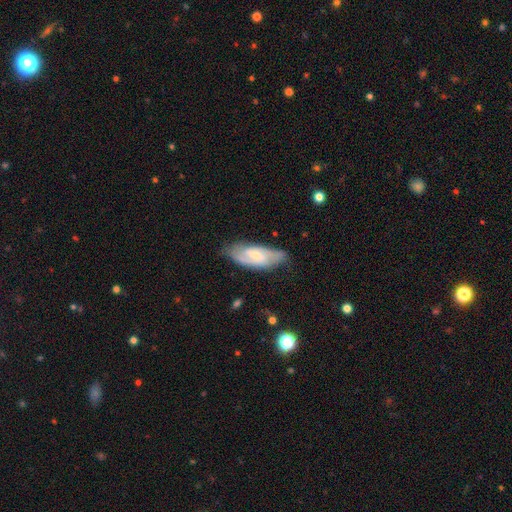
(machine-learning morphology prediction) A featured or disk galaxy (62%) with a weak bar (46%), spiral arms (86%) and a small central bulge (58%).

Vote fractions:
- Smooth or featured? featured or disk: 62% / smooth: 32% / star or artifact: 6%
- Edge-on disk? no: 89% / yes: 11%
- Bar? weak: 46% / no: 40% / strong: 14%
- Spiral arms? yes: 86% / no: 14%
- Bulge size? small: 58% / moderate: 32% / none: 7% / large: 3% / dominant: 1%
- Merging? none: 69% / minor disturbance: 23% / major disturbance: 6% / merger: 2%